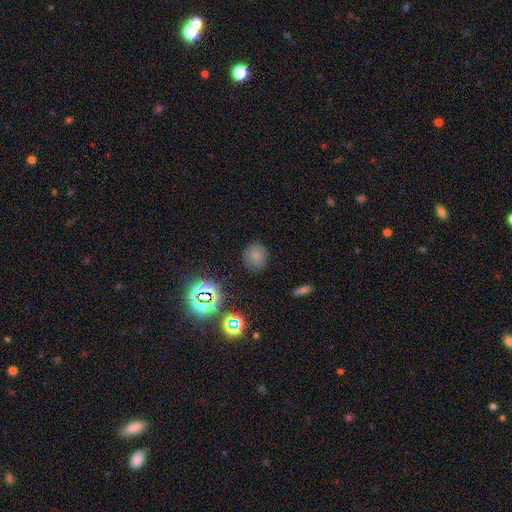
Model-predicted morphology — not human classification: smooth_or_featured: smooth (p=0.71) [alt: star or artifact p=0.19]
how_rounded: round (p=0.85) [alt: in between p=0.14]
merging: none (p=0.82) [alt: minor disturbance p=0.12]